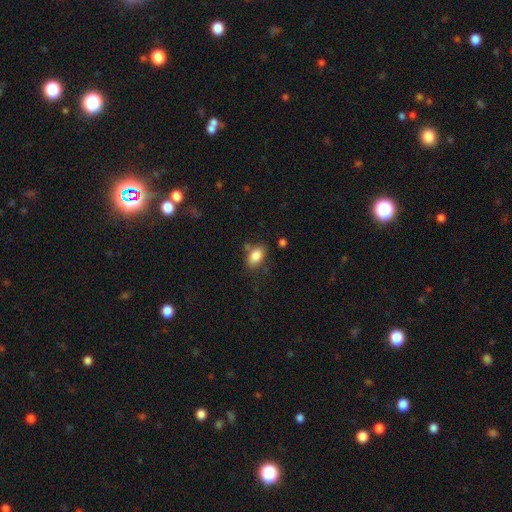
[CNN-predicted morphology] A smooth galaxy with no disk features (85%) that is in between round and cigar-shaped (87%).

Vote fractions:
- Smooth or featured? smooth: 85% / star or artifact: 8% / featured or disk: 7%
- How rounded? in between: 87% / round: 11% / cigar-shaped: 2%
- Merging? none: 71% / minor disturbance: 18% / merger: 6% / major disturbance: 5%